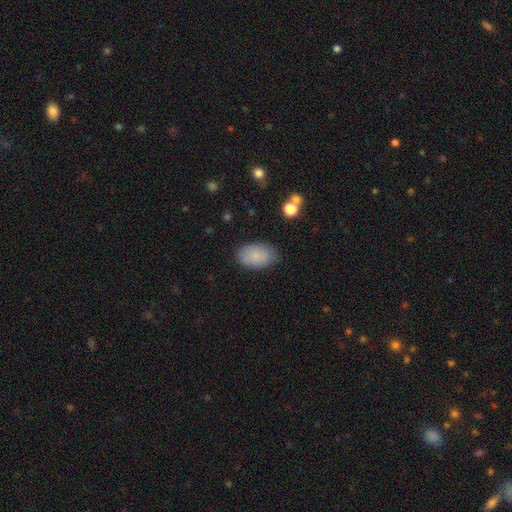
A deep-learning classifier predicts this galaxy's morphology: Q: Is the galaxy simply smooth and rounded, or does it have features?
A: smooth — 85%.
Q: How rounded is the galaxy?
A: in between — 91%.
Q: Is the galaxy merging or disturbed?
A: none — 84%.